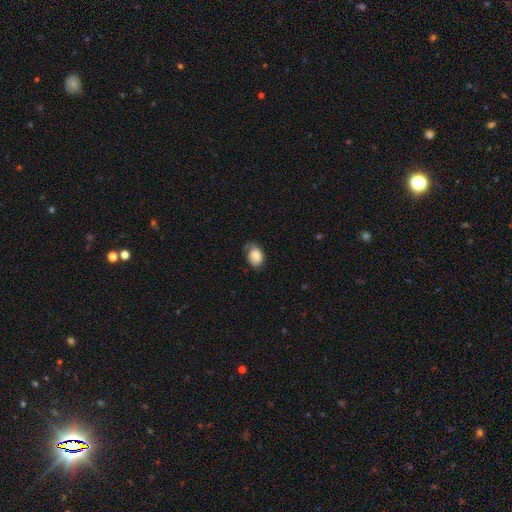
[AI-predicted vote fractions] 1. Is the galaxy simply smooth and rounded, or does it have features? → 84% smooth, 9% featured or disk, 7% star or artifact.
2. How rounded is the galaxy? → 79% in between, 20% round, 1% cigar-shaped.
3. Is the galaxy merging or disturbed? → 56% none, 34% minor disturbance, 9% major disturbance, 1% merger.